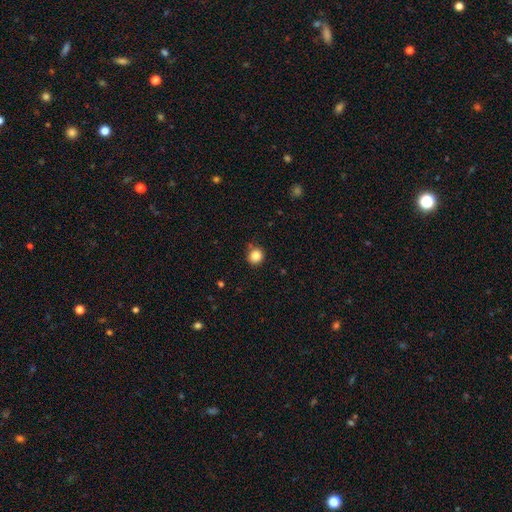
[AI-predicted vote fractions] Morphology: type=smooth (85%); roundness=round (85%); merging=none (83%).